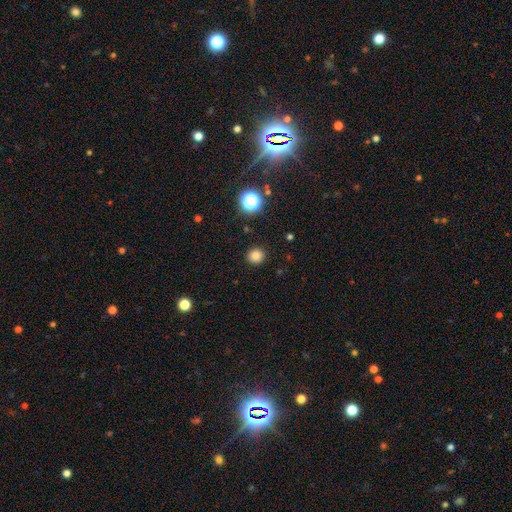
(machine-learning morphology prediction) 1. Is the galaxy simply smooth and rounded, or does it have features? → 82% smooth, 14% star or artifact, 4% featured or disk.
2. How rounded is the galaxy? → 91% round, 8% in between, 1% cigar-shaped.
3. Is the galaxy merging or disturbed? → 91% none, 5% minor disturbance, 2% major disturbance, 1% merger.